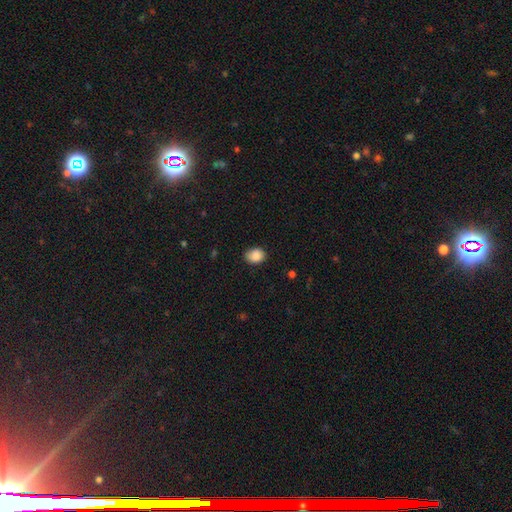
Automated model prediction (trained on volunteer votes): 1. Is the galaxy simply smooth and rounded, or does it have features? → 88% smooth, 8% star or artifact, 4% featured or disk.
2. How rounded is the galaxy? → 59% in between, 40% round, 1% cigar-shaped.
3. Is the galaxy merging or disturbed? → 81% none, 15% minor disturbance, 3% major disturbance, 1% merger.